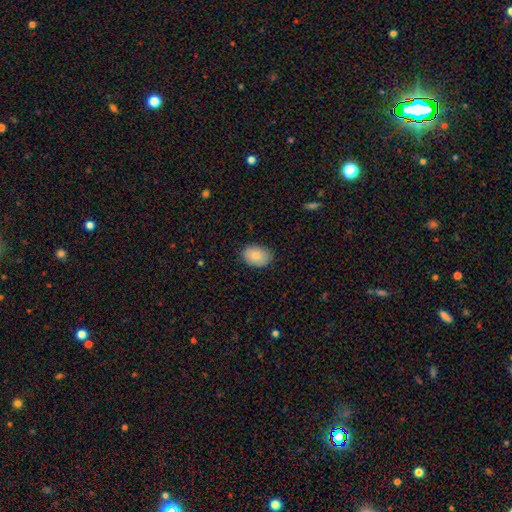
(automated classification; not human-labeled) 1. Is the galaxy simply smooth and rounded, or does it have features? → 81% smooth, 12% featured or disk, 7% star or artifact.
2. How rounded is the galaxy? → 78% in between, 21% round, 1% cigar-shaped.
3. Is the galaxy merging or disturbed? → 85% none, 12% minor disturbance, 2% major disturbance, 1% merger.